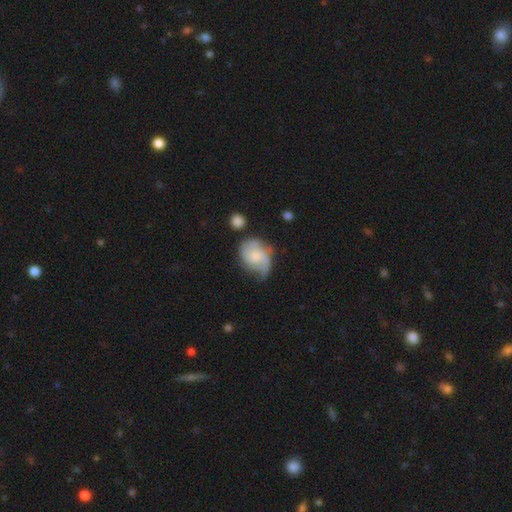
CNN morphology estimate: Smooth or featured: featured or disk — 64% (smooth — 30%)
Edge-on disk: no — 98% (yes — 2%)
Bar: no — 64% (weak — 32%)
Spiral arms: yes — 91% (no — 9%)
Spiral winding: medium — 44% (loose — 31%)
Spiral arm count: 2 — 59% (can't tell — 15%)
Bulge size: none — 30% (small — 28%)
Merging: none — 43% (minor disturbance — 32%)